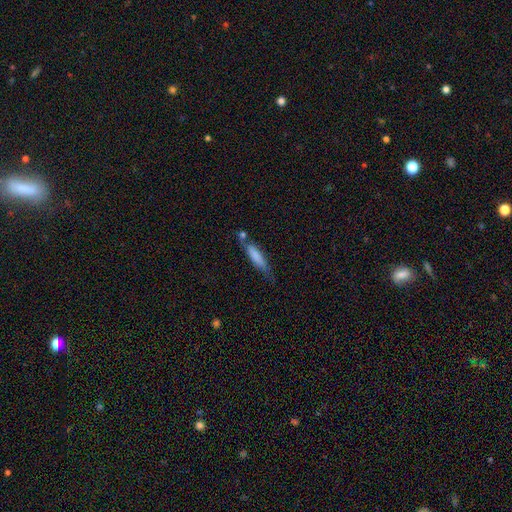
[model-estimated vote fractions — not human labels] A smooth galaxy with no disk features (71%) that is cigar-shaped (76%). Merging: none (55%).